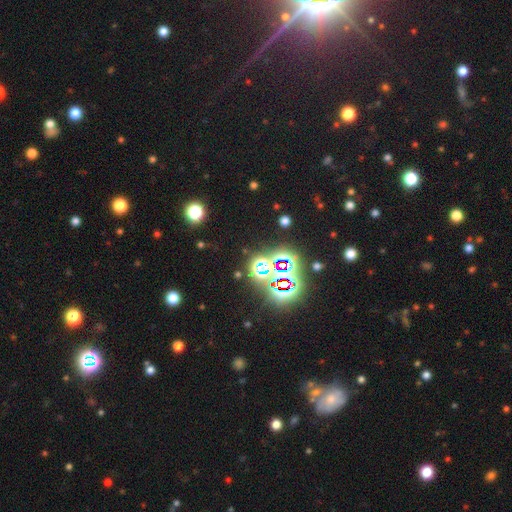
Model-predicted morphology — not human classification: This is likely a star or artifact rather than a galaxy (75%).